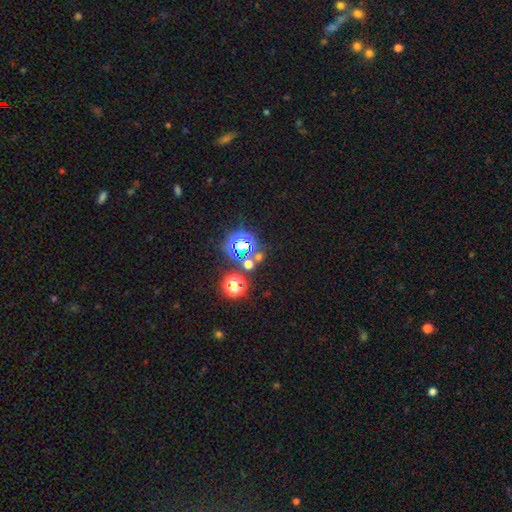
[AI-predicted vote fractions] Smooth or featured? Predicted: star or artifact (p=0.70).